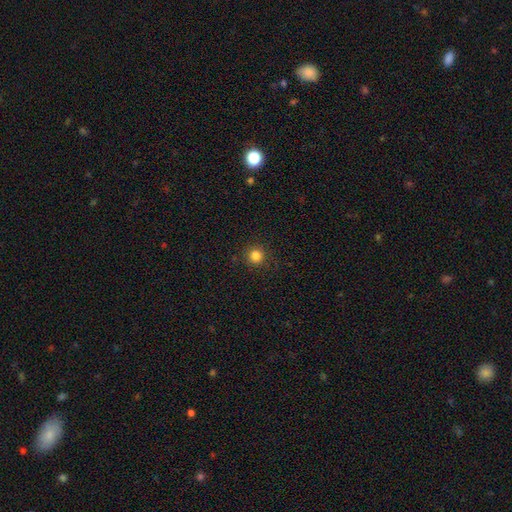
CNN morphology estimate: smooth-or-featured: smooth: 83% | star or artifact: 13% | featured or disk: 4%
  how-rounded: round: 95% | in between: 4% | cigar-shaped: 1%
  merging: none: 91% | minor disturbance: 6% | major disturbance: 2% | merger: 1%